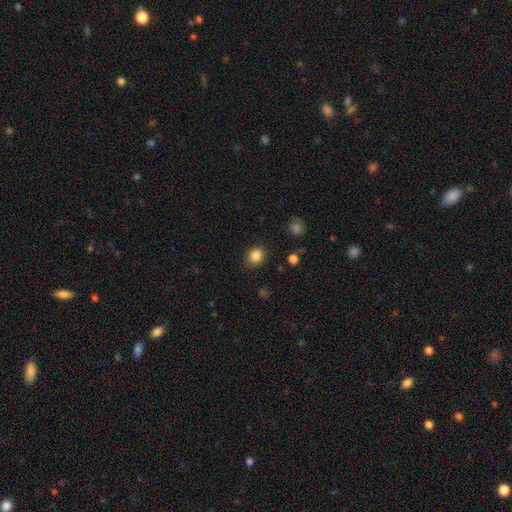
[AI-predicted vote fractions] smooth_or_featured: smooth (p=0.85) [alt: star or artifact p=0.11]
how_rounded: round (p=0.72) [alt: in between p=0.27]
merging: none (p=0.84) [alt: minor disturbance p=0.11]